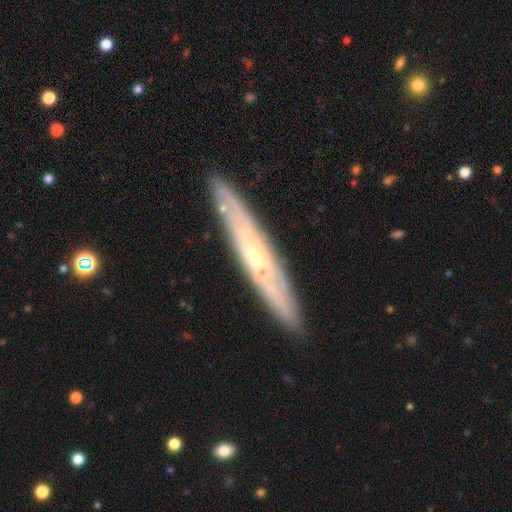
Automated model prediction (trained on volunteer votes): Smooth or featured? featured or disk (73%)
Edge-on disk? yes (69%)
Edge-on bulge? rounded (49%)
Merging? none (88%)